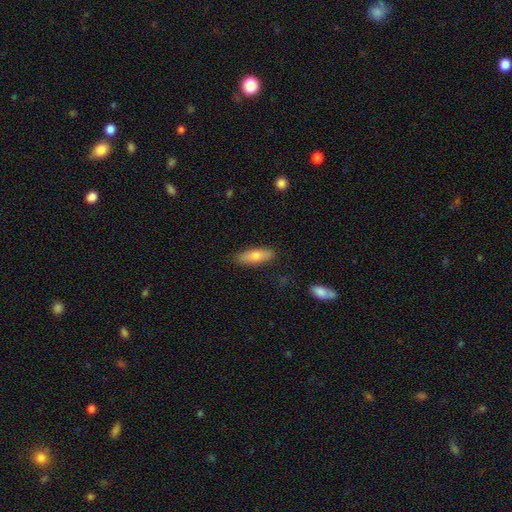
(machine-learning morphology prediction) Smooth or featured? Predicted: smooth (p=0.70). How rounded? Predicted: in between (p=0.52). Merging? Predicted: none (p=0.86).